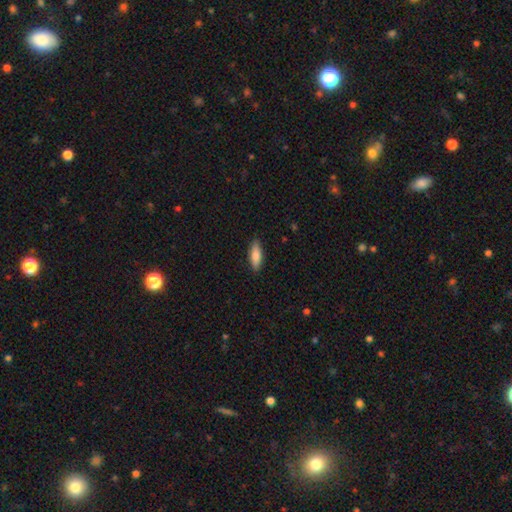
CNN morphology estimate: smooth 85%, featured or disk 9%, star or artifact 6%. Down the decision tree: how rounded — in between (60%); merging — none (87%).